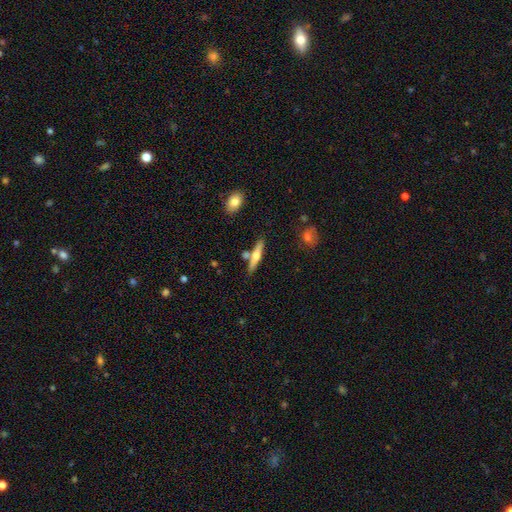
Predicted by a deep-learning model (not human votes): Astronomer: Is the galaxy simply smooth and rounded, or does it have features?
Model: featured or disk — 47%, tied with smooth at 47%.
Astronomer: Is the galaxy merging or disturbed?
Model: none — 75%.